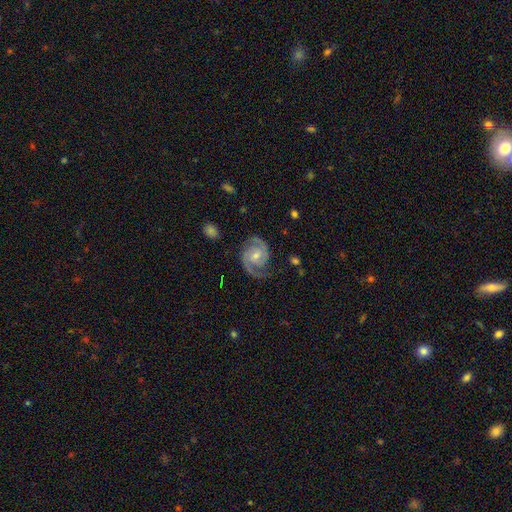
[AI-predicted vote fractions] A featured or disk galaxy (90%) with no bar (55%), 2 (91%) medium (47%) spiral arms (98%) and a small central bulge (49%). Merging: none (80%).